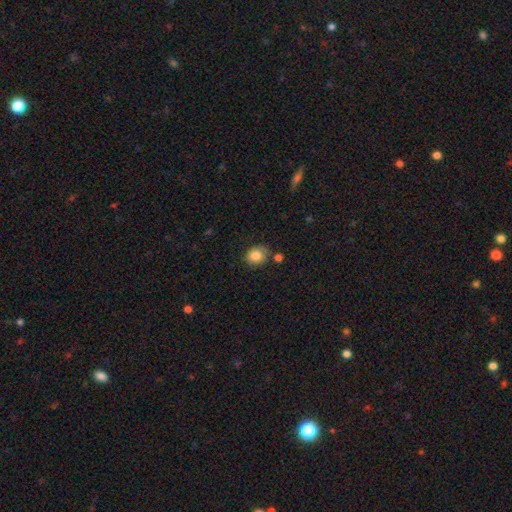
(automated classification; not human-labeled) The model was most divided on "how rounded": round: 68%, in between: 31%, cigar-shaped: 1%. More confident: smooth or featured — smooth (85%); merging — none (71%).